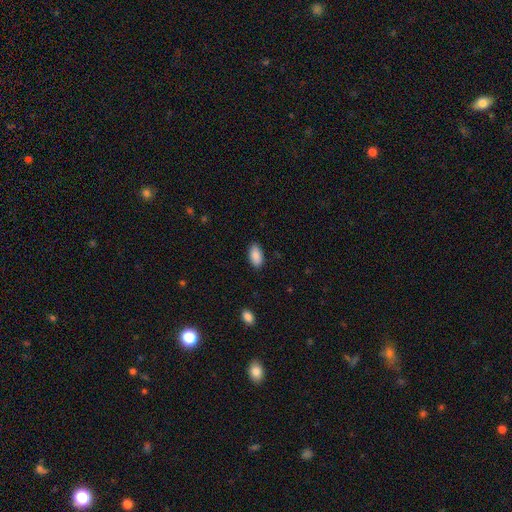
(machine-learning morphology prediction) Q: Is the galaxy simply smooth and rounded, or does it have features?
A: smooth — 90%.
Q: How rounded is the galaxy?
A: in between — 94%.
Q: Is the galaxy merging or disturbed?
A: none — 87%.